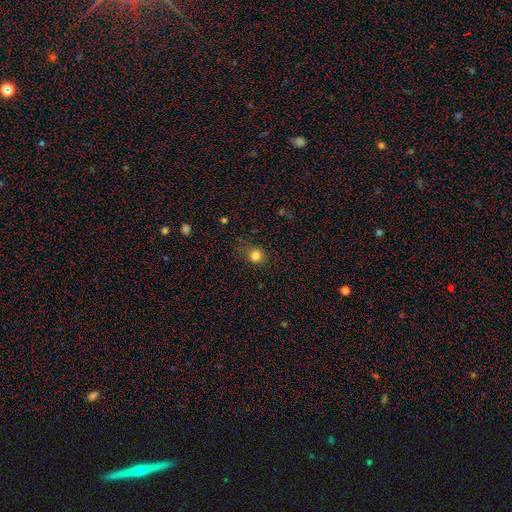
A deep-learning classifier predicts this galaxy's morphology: A smooth galaxy with no disk features (81%) that is round (81%).

Vote fractions:
- Smooth or featured? smooth: 81% / star or artifact: 13% / featured or disk: 5%
- How rounded? round: 81% / in between: 18% / cigar-shaped: 1%
- Merging? none: 78% / minor disturbance: 16% / major disturbance: 5% / merger: 1%